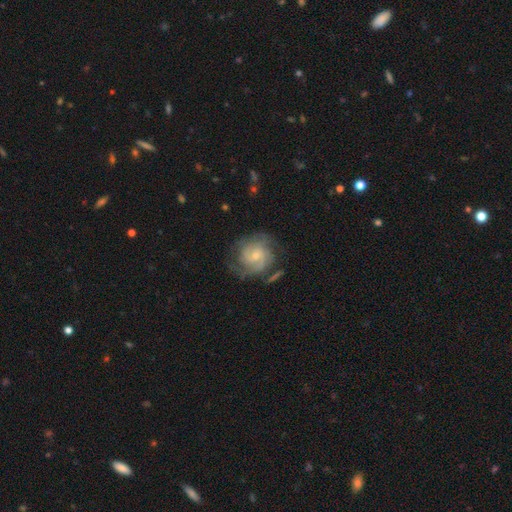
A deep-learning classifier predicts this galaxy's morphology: Q: Smooth or featured?
A: featured or disk (78%); runner-up: smooth (16%)
Q: Edge-on disk?
A: no (98%); runner-up: yes (2%)
Q: Bar?
A: no (57%); runner-up: weak (37%)
Q: Spiral arms?
A: yes (94%); runner-up: no (6%)
Q: Spiral winding?
A: tight (50%); runner-up: medium (39%)
Q: Spiral arm count?
A: 2 (33%); runner-up: can't tell (26%)
Q: Bulge size?
A: small (63%); runner-up: moderate (30%)
Q: Merging?
A: none (64%); runner-up: minor disturbance (20%)